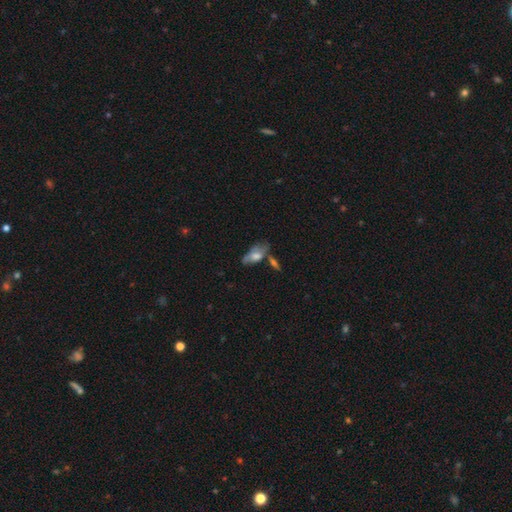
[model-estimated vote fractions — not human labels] smooth-or-featured: smooth: 56% | featured or disk: 36% | star or artifact: 8%
  how-rounded: in between: 86% | cigar-shaped: 10% | round: 4%
  merging: none: 43% | minor disturbance: 26% | merger: 18% | major disturbance: 13%